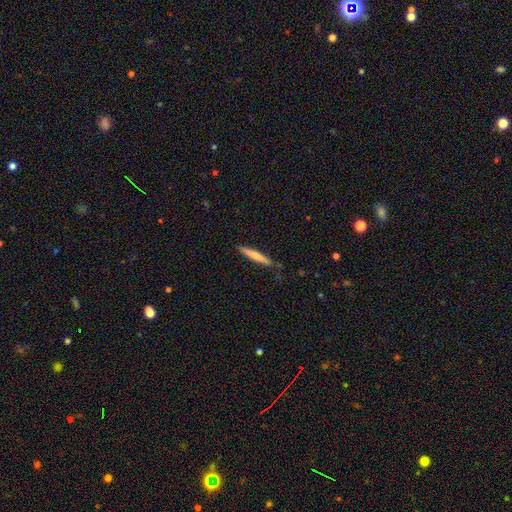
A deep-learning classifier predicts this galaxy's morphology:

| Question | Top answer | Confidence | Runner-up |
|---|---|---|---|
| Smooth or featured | smooth | 58% | featured or disk (37%) |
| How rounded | cigar-shaped | 93% | in between (5%) |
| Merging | none | 81% | minor disturbance (15%) |